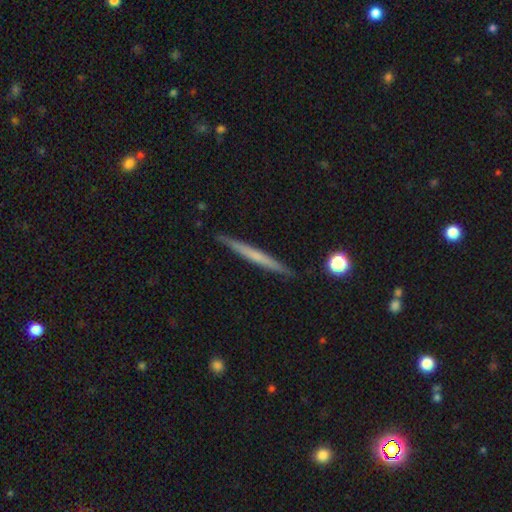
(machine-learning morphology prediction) Smooth or featured? Predicted: featured or disk (p=0.47, tied with smooth). Merging? Predicted: none (p=0.91).